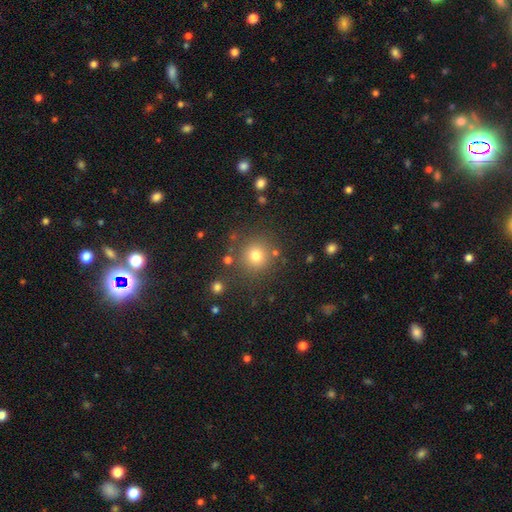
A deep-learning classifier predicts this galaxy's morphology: smooth 76%, star or artifact 16%, featured or disk 8%. Down the decision tree: how rounded — round (94%); merging — none (84%).